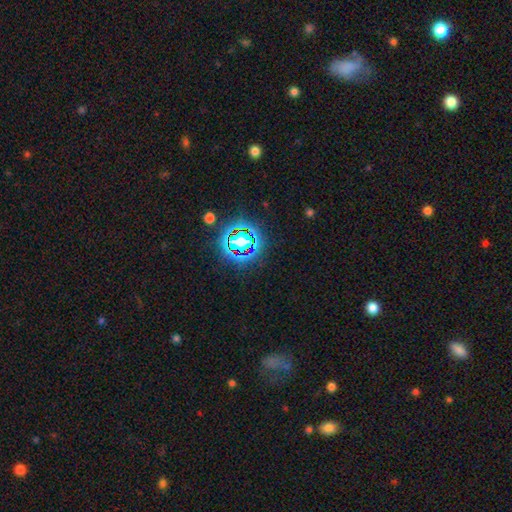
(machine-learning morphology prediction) This is likely a star or artifact rather than a galaxy (77%).